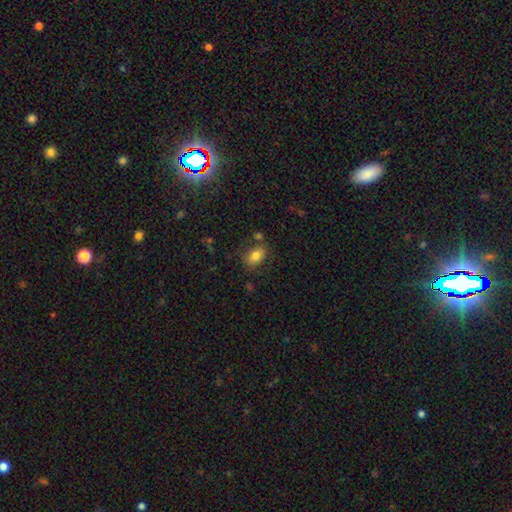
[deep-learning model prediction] Smooth or featured? Predicted: smooth (p=0.80). How rounded? Predicted: in between (p=0.82). Merging? Predicted: none (p=0.72).